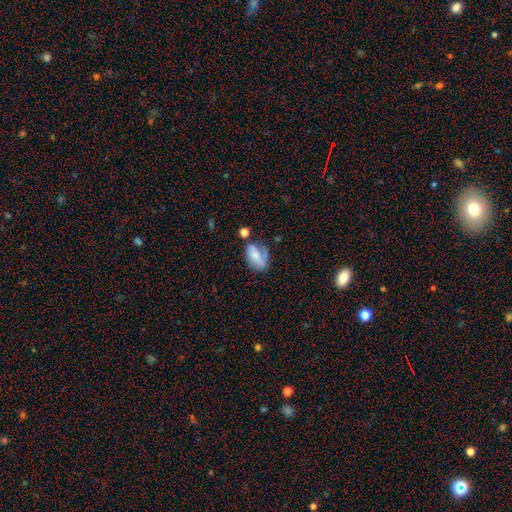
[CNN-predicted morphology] smooth-or-featured: smooth: 65% | featured or disk: 26% | star or artifact: 9%
  how-rounded: in between: 87% | round: 9% | cigar-shaped: 4%
  merging: none: 43% | minor disturbance: 29% | major disturbance: 17% | merger: 12%